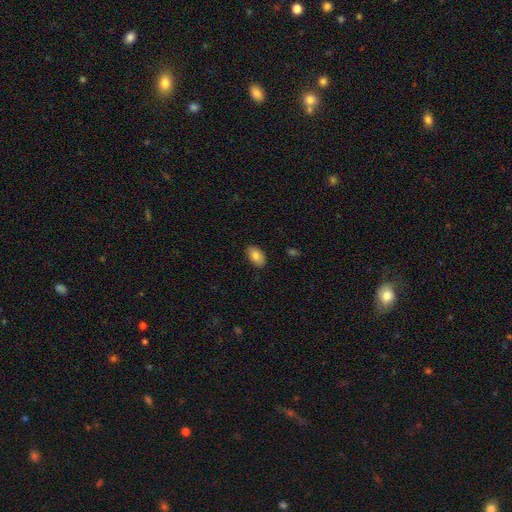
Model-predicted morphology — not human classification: type=smooth (82%); roundness=in between (93%); merging=none (87%).